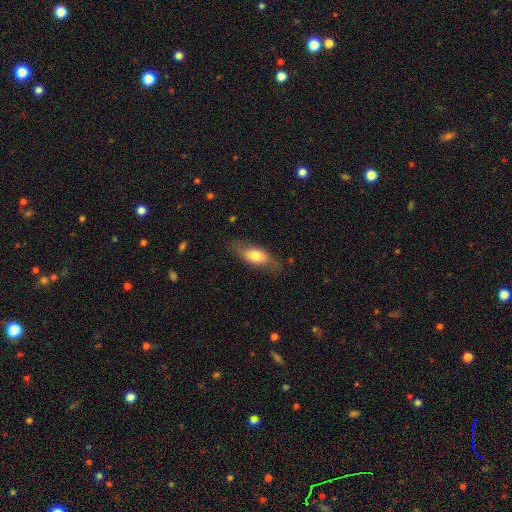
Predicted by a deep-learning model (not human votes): Morphology: type=smooth (68%); roundness=in between (78%); merging=none (74%).